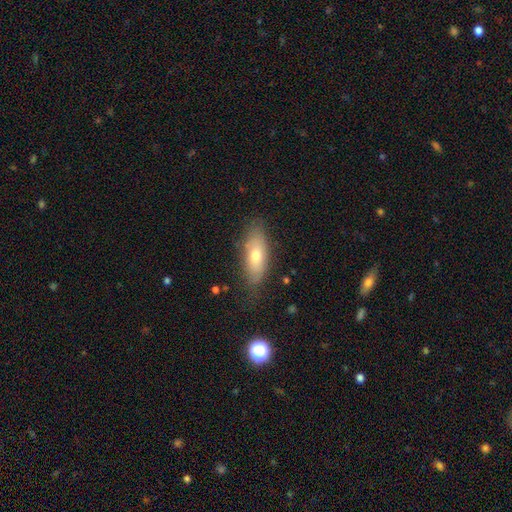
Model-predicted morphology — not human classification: Overall: smooth (65%; featured or disk 27%). How rounded: in between (73%). Merging: none (76%).